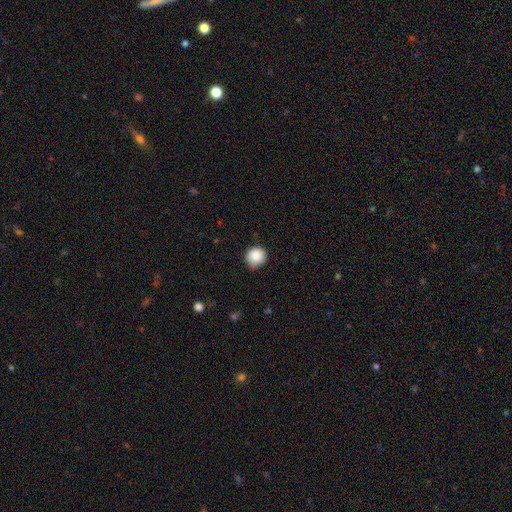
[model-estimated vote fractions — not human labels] smooth 88%, star or artifact 9%, featured or disk 3%. Down the decision tree: how rounded — round (92%); merging — none (83%).